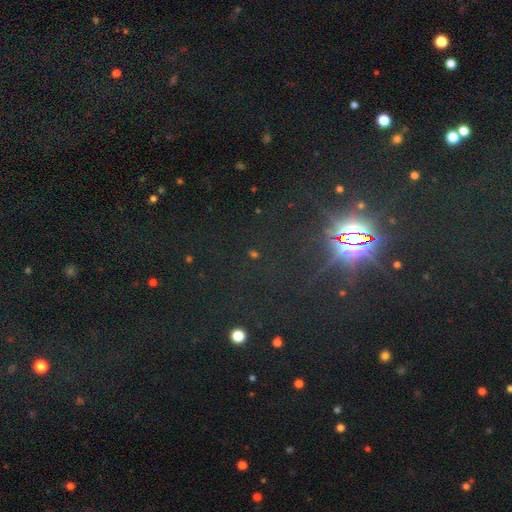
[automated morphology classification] A star or artifact, not a galaxy (79%).